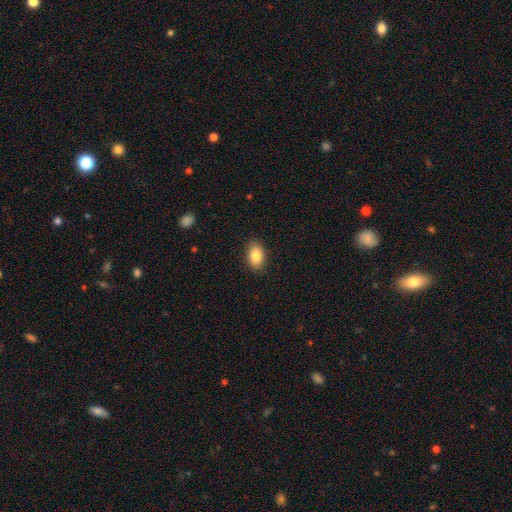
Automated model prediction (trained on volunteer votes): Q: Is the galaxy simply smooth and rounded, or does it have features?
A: smooth — 87%.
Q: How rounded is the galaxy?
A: in between — 88%.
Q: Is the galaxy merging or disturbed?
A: none — 88%.